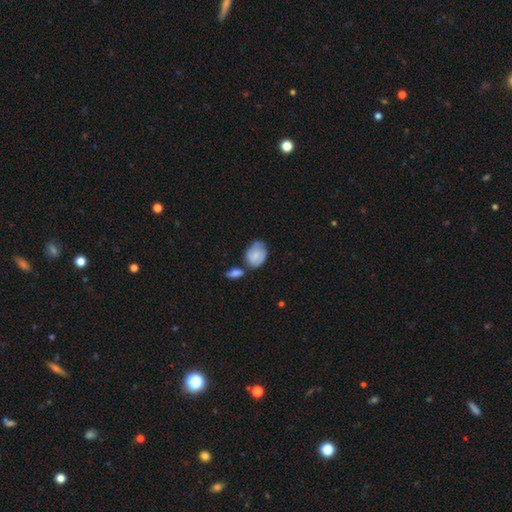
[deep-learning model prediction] Smooth or featured? smooth (71%)
How rounded? in between (74%)
Merging? none (44%)